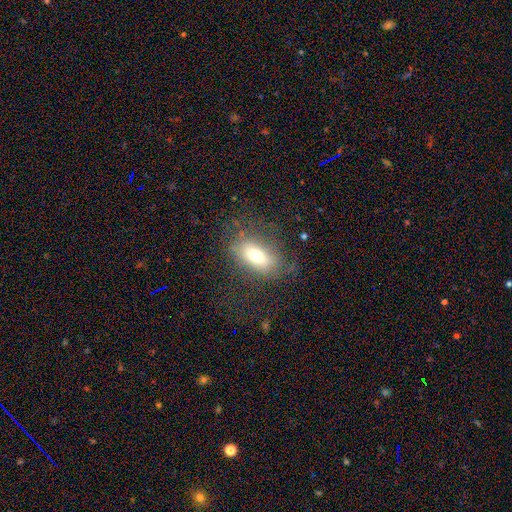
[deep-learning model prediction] This is likely a smooth galaxy (68%). How rounded: clearly in between (85%). Merging: likely none (70%).